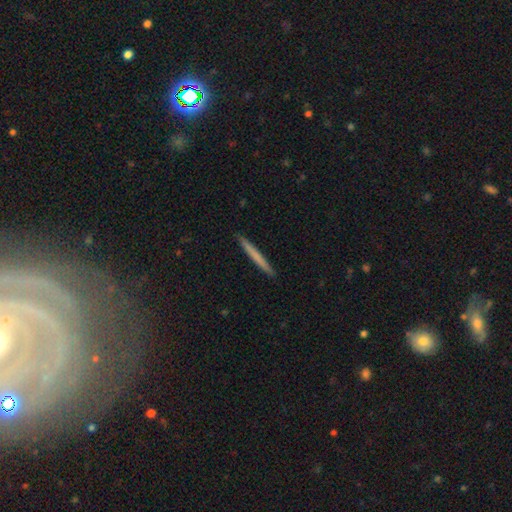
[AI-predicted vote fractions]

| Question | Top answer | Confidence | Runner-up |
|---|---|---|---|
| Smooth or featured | smooth | 63% | featured or disk (31%) |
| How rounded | cigar-shaped | 97% | in between (2%) |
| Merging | none | 93% | minor disturbance (5%) |